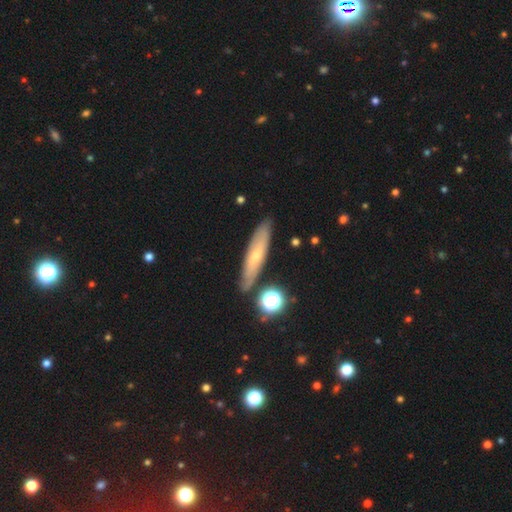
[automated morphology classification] A smooth galaxy with no disk features (46%).

Vote fractions:
- Smooth or featured? smooth: 46% / featured or disk: 45% / star or artifact: 9%
- Merging? none: 81% / minor disturbance: 13% / merger: 4% / major disturbance: 3%